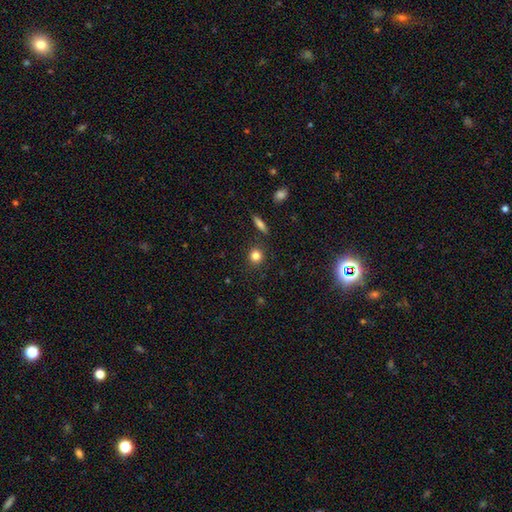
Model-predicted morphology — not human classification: Smooth or featured: smooth — 82% (star or artifact — 11%)
How rounded: round — 88% (in between — 11%)
Merging: none — 88% (minor disturbance — 7%)